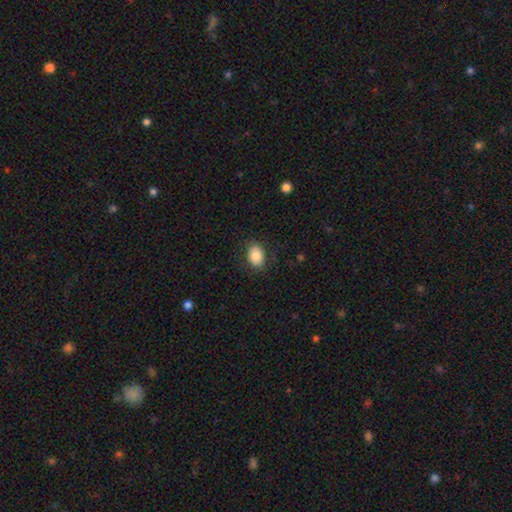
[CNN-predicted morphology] smooth_or_featured: smooth (p=0.84) [alt: featured or disk p=0.09]
how_rounded: in between (p=0.75) [alt: round p=0.24]
merging: none (p=0.82) [alt: minor disturbance p=0.13]